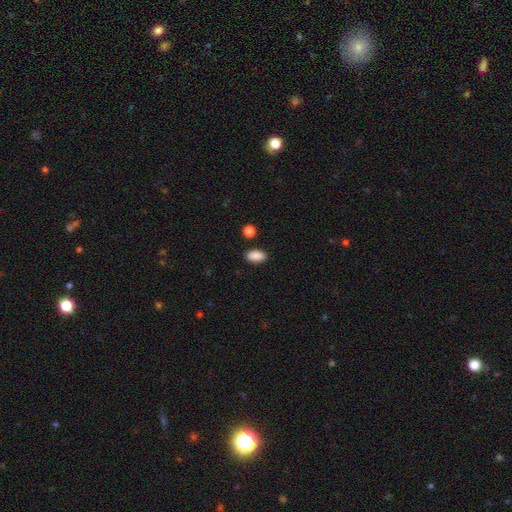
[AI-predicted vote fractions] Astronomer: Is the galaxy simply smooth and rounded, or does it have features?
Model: smooth — 89%.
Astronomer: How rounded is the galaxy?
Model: in between — 92%.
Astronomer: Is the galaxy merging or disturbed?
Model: none — 86%.